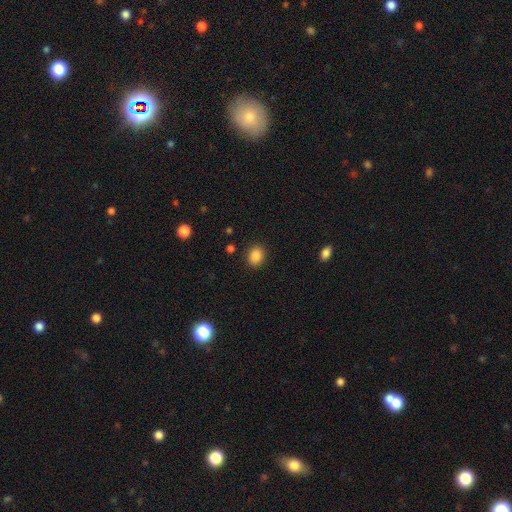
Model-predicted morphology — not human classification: Smooth or featured? Predicted: smooth (p=0.87). How rounded? Predicted: in between (p=0.56). Merging? Predicted: none (p=0.88).